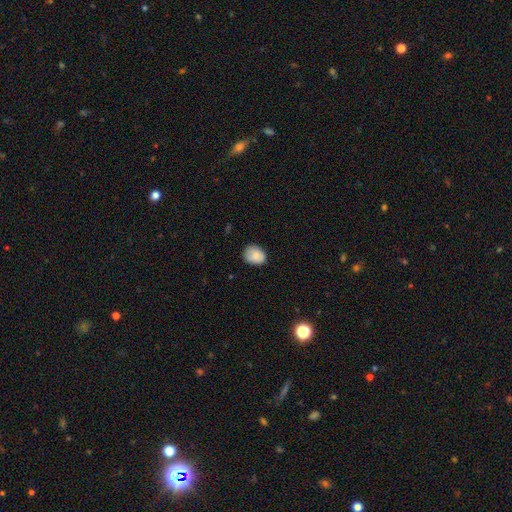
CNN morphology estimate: smooth_or_featured: smooth (p=0.80) [alt: featured or disk p=0.12]
how_rounded: round (p=0.50) [alt: in between p=0.49]
merging: none (p=0.78) [alt: minor disturbance p=0.18]